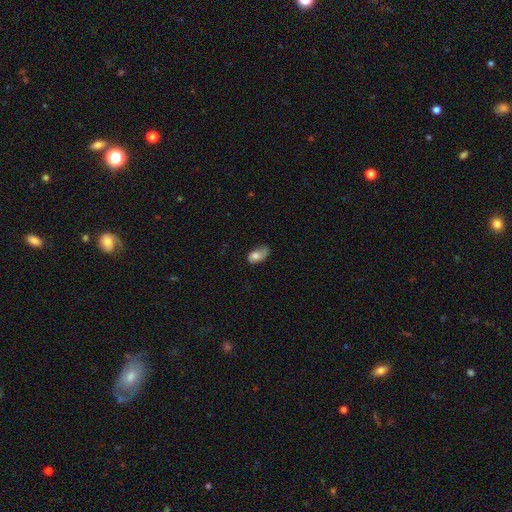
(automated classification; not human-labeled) This appears to be a smooth galaxy with no disk features (64%) that is in between round and cigar-shaped (89%). Merging: none (39%).